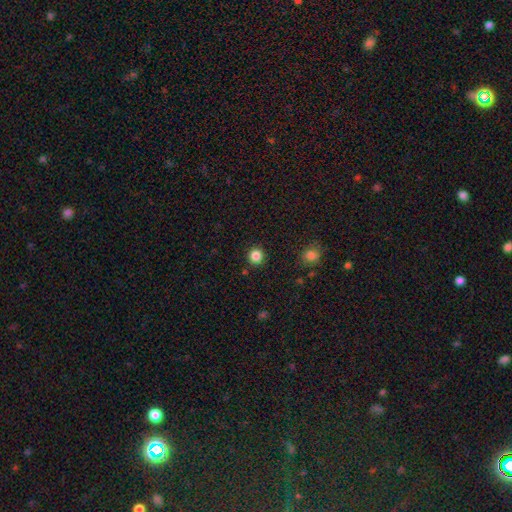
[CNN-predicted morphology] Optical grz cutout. It shows a smooth galaxy with no disk features (85%) that is round (92%). Merging: none (91%).